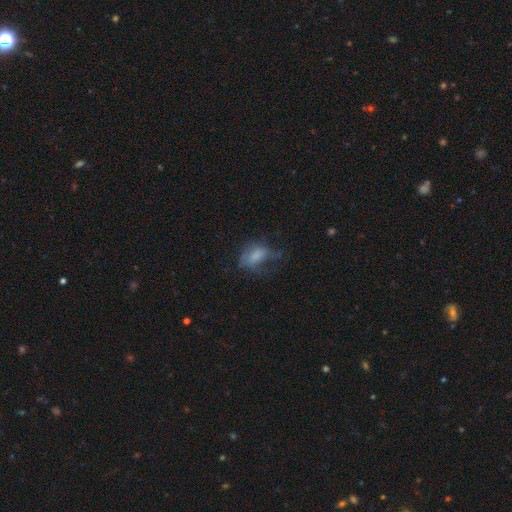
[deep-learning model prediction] Smooth or featured?
  - smooth: 58% *
  - featured or disk: 30%
  - star or artifact: 12%
How rounded?
  - in between: 81% *
  - round: 16%
  - cigar-shaped: 3%
Merging?
  - major disturbance: 39% *
  - none: 34%
  - minor disturbance: 24%
  - merger: 2%